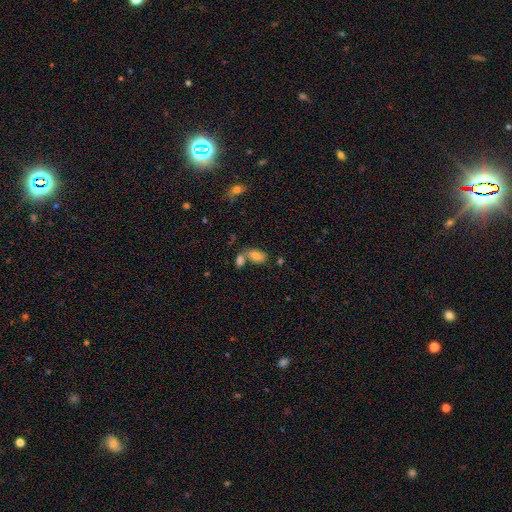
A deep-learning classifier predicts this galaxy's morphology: This is likely a smooth galaxy (77%). How rounded: clearly in between (92%). Merging: marginally none (44%).